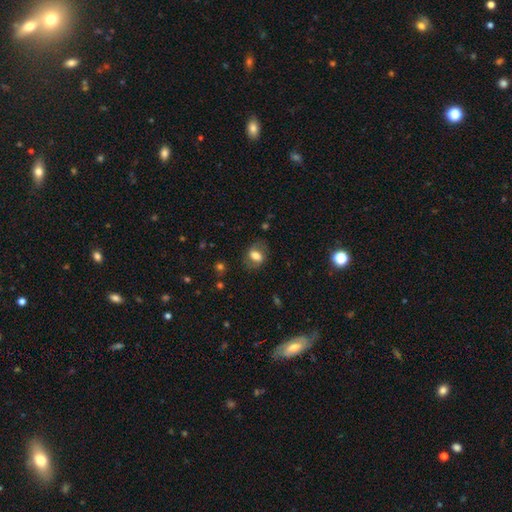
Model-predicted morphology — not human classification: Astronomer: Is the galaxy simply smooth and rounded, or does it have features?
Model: smooth — 58% (runner-up: featured or disk, 33%).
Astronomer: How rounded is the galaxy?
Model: in between — 74%.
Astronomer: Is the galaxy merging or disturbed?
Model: none — 70%.